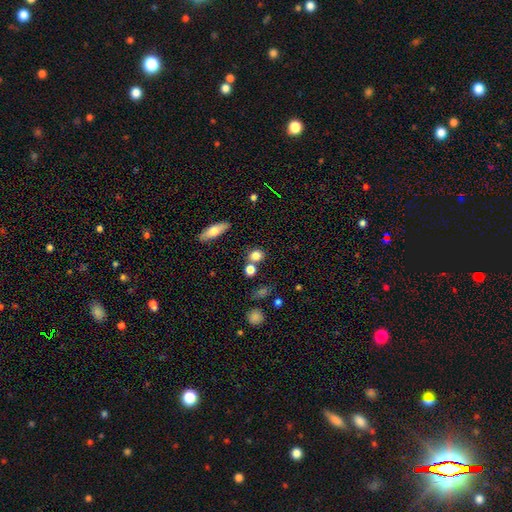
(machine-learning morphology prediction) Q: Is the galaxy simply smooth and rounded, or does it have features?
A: smooth — 79%.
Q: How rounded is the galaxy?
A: round — 75%.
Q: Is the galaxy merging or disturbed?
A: none — 66%.